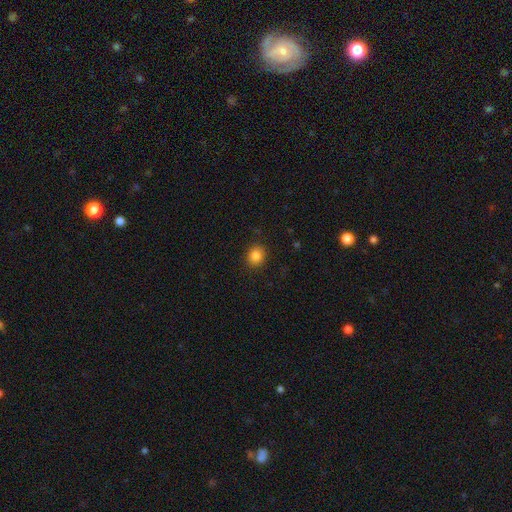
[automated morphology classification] Smooth or featured: smooth — 84% (star or artifact — 11%)
How rounded: round — 75% (in between — 24%)
Merging: none — 89% (minor disturbance — 7%)